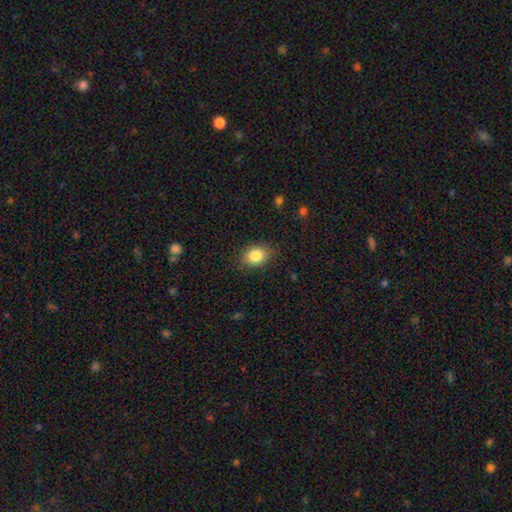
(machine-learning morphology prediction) type=smooth (85%); roundness=in between (63%); merging=none (83%).